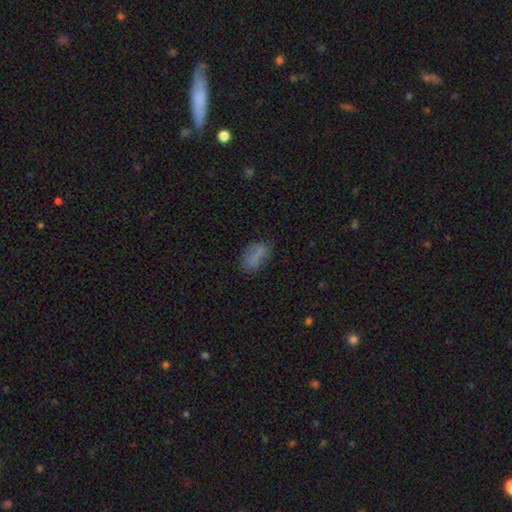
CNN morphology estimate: smooth_or_featured: smooth (p=0.71) [alt: featured or disk p=0.17]
how_rounded: in between (p=0.84) [alt: round p=0.08]
merging: none (p=0.66) [alt: minor disturbance p=0.22]